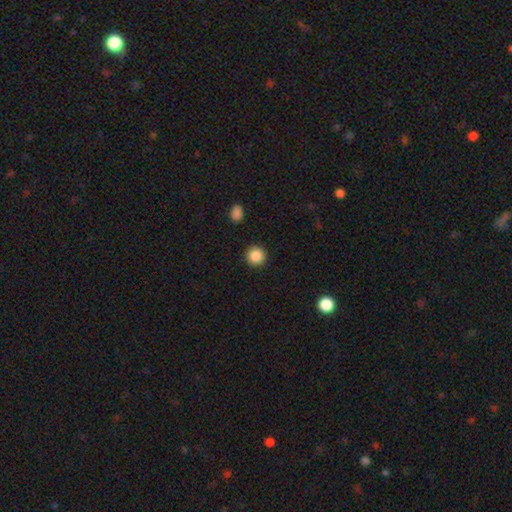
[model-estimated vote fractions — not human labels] This is clearly a smooth galaxy (87%). How rounded: clearly round (95%). Merging: clearly none (92%).